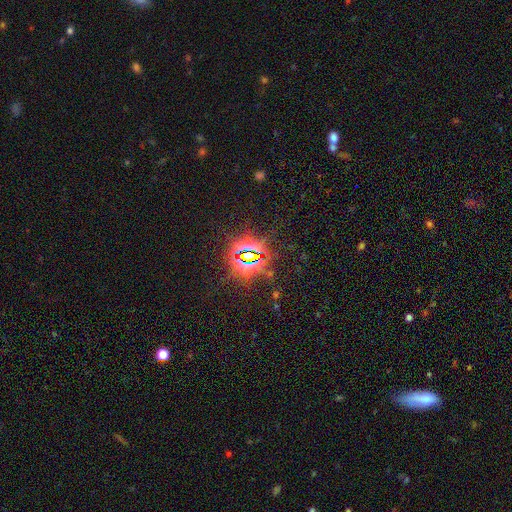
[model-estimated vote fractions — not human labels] Q: Smooth or featured?
A: star or artifact (84%); runner-up: smooth (8%)